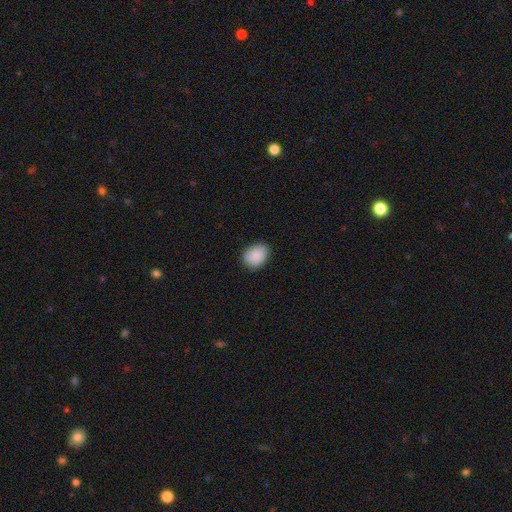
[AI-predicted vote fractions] A smooth galaxy with no disk features (89%) that is in between round and cigar-shaped (55%). Merging: none (79%).